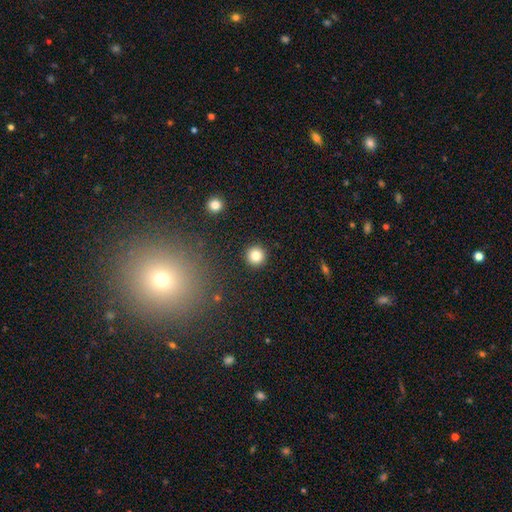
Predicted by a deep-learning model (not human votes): This appears to be a smooth galaxy with no disk features (83%) that is round (95%). Merging: none (92%).